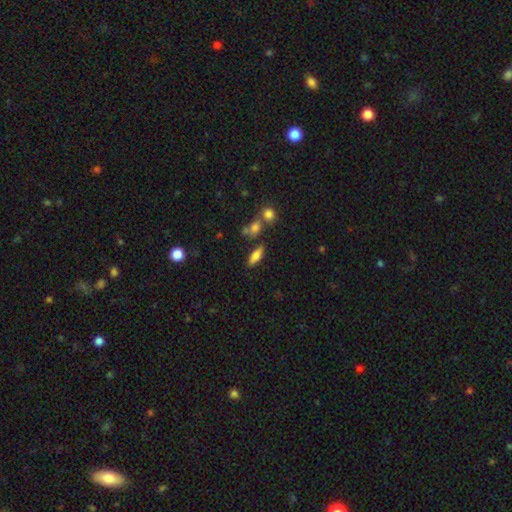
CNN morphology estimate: smooth-or-featured: smooth: 74% | featured or disk: 17% | star or artifact: 9%
  how-rounded: in between: 63% | cigar-shaped: 33% | round: 4%
  merging: none: 75% | minor disturbance: 12% | merger: 9% | major disturbance: 4%